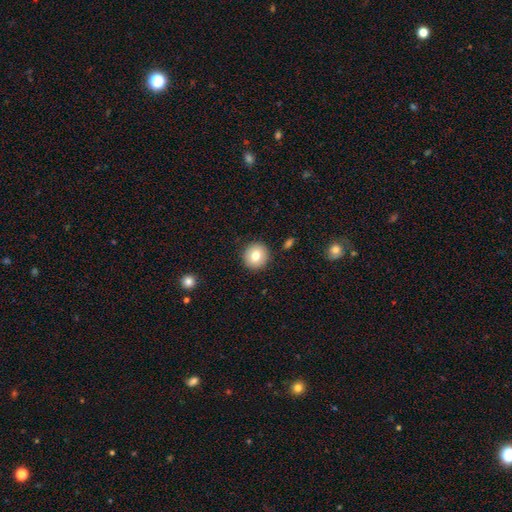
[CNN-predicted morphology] A smooth galaxy with no disk features (78%) that is round (93%). Merging: none (91%).